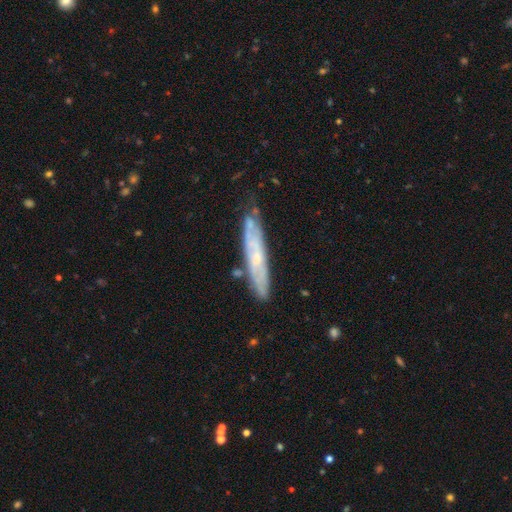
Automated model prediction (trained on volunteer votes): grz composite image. It shows a featured or disk galaxy (61%) viewed edge-on (55%). Merging: none (71%).